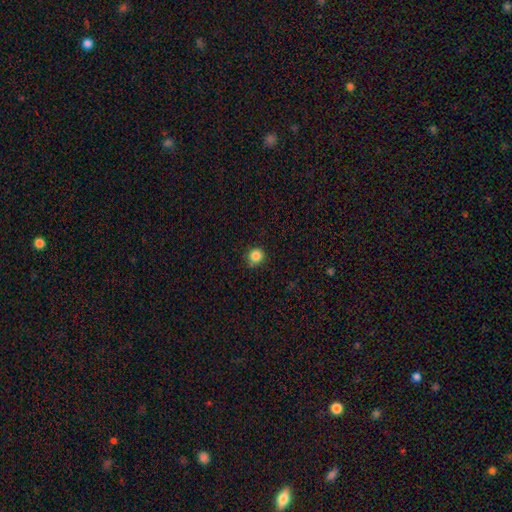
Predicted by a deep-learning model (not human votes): Smooth or featured?
  - smooth: 85% *
  - star or artifact: 11%
  - featured or disk: 4%
How rounded?
  - round: 91% *
  - in between: 8%
  - cigar-shaped: 1%
Merging?
  - none: 81% *
  - minor disturbance: 15%
  - major disturbance: 3%
  - merger: 2%